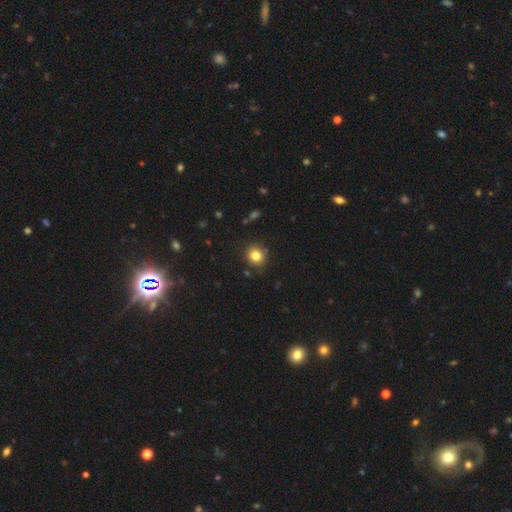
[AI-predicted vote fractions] A smooth galaxy with no disk features (82%) that is round (85%).

Vote fractions:
- Smooth or featured? smooth: 82% / star or artifact: 12% / featured or disk: 6%
- How rounded? round: 85% / in between: 14% / cigar-shaped: 1%
- Merging? none: 87% / minor disturbance: 9% / merger: 2% / major disturbance: 2%